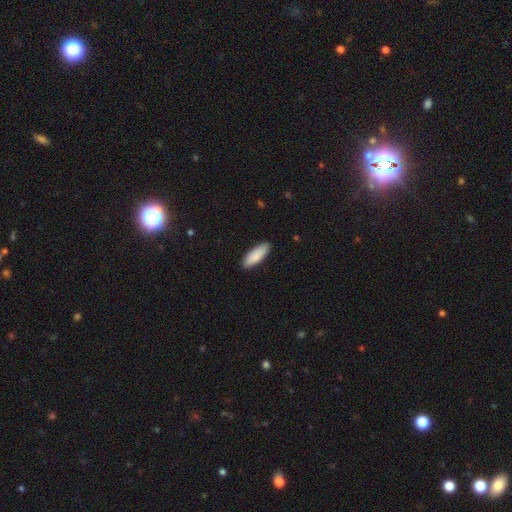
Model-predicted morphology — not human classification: The model was most divided on "how rounded": in between: 63%, cigar-shaped: 36%, round: 2%. More confident: merging — none (88%); smooth or featured — smooth (88%).